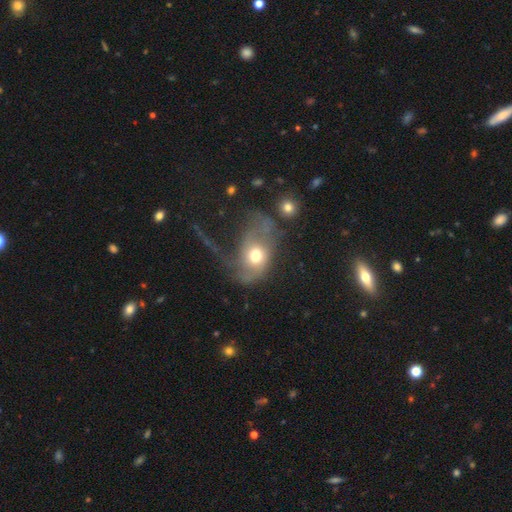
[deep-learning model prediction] Smooth or featured? Predicted: smooth (p=0.49). Merging? Predicted: major disturbance (p=0.54).